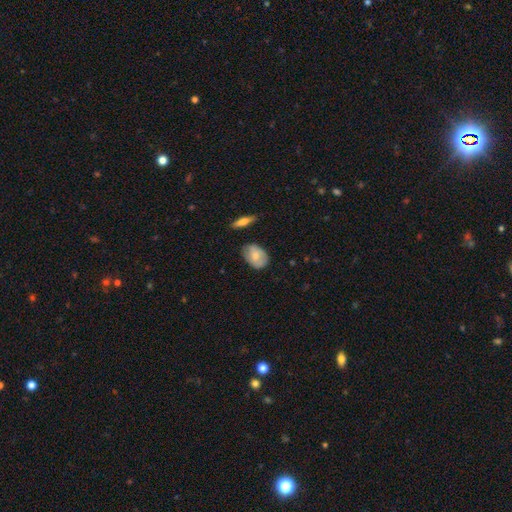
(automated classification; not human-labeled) smooth 69%, featured or disk 24%, star or artifact 6%. Down the decision tree: how rounded — in between (78%); merging — none (69%).